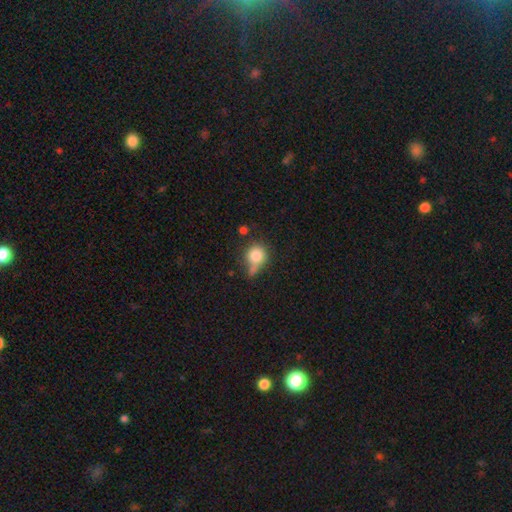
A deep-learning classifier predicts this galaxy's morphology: Smooth or featured? smooth (79%)
How rounded? round (80%)
Merging? none (40%)